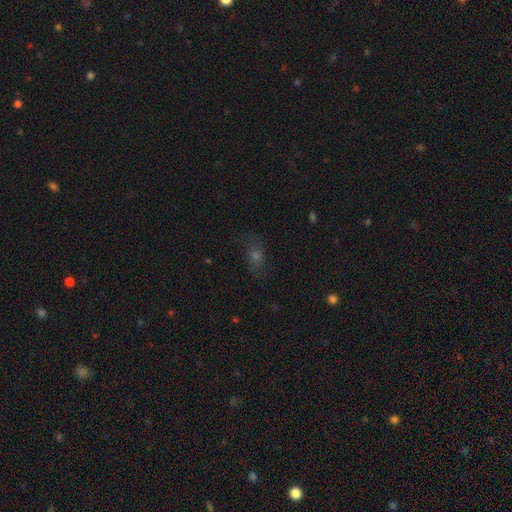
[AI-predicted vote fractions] Smooth or featured?
  - smooth: 39% *
  - star or artifact: 34%
  - featured or disk: 27%
Merging?
  - none: 73% *
  - minor disturbance: 16%
  - major disturbance: 9%
  - merger: 2%